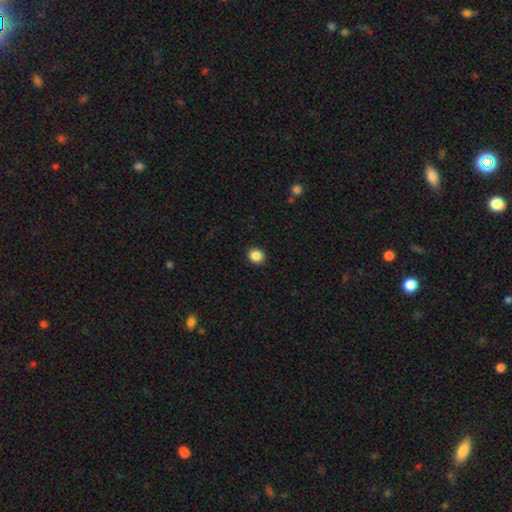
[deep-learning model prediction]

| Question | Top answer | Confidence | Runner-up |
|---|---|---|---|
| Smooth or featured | smooth | 87% | star or artifact (10%) |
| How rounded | round | 80% | in between (19%) |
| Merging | none | 92% | minor disturbance (5%) |